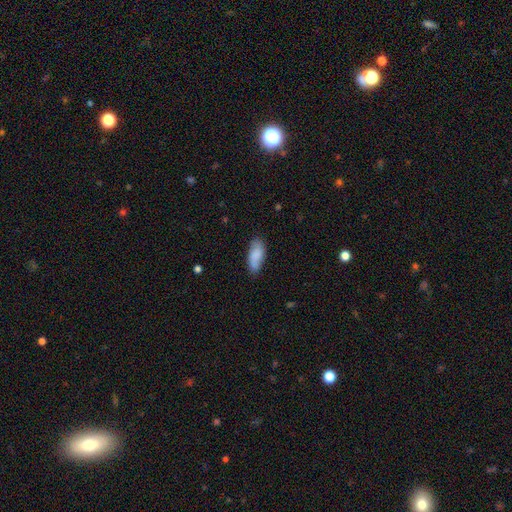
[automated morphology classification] The model was most divided on "merging": none: 76%, minor disturbance: 19%, major disturbance: 3%, merger: 2%. More confident: how rounded — in between (84%); smooth or featured — smooth (81%).